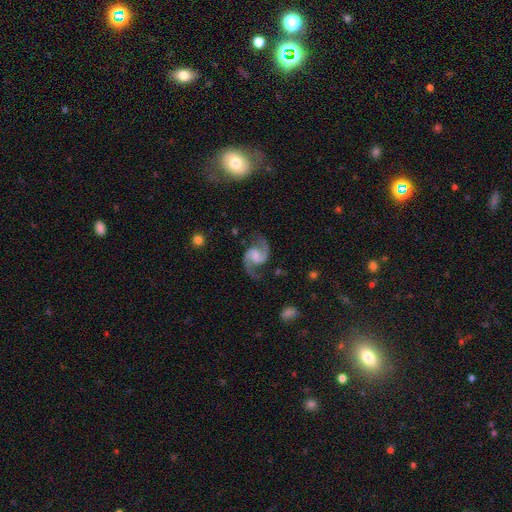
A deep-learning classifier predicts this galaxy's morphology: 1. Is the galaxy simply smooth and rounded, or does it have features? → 92% featured or disk, 4% star or artifact, 4% smooth.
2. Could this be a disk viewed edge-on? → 98% no, 2% yes.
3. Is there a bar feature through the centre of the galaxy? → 47% weak, 40% no, 13% strong.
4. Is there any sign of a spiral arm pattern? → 98% yes, 2% no.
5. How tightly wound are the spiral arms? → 55% medium, 36% loose, 9% tight.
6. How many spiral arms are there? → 95% 2, 1% 1, 1% can't tell, 1% 3, 1% 4, 1% more than 4.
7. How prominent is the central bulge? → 33% none, 31% moderate, 26% small, 10% large, 2% dominant.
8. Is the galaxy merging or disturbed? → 80% none, 13% minor disturbance, 5% major disturbance, 2% merger.